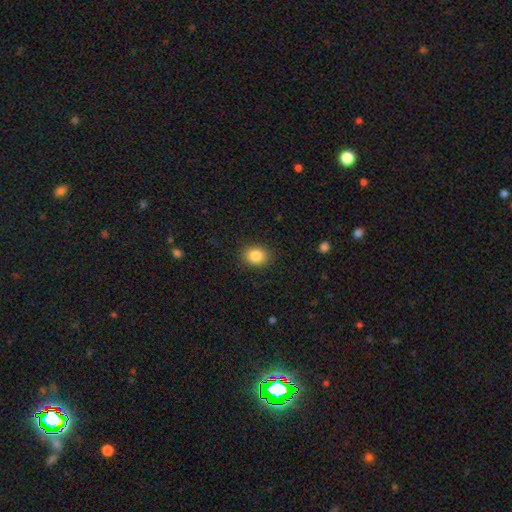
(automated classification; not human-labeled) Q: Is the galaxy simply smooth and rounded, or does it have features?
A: smooth — 84%.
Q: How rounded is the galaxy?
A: round — 53%.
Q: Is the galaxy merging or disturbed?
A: none — 88%.